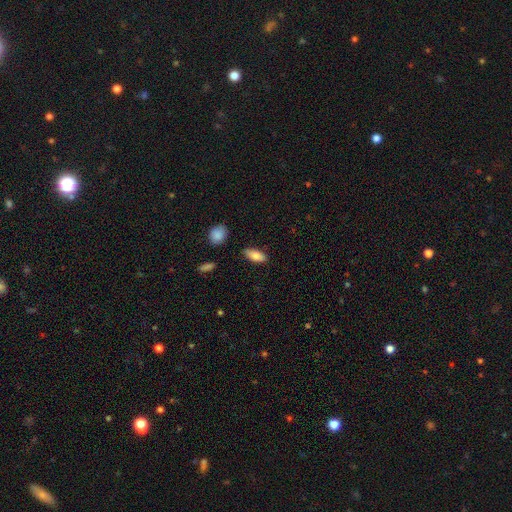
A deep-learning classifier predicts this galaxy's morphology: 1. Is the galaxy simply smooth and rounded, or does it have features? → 85% smooth, 9% featured or disk, 7% star or artifact.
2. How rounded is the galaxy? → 83% in between, 15% cigar-shaped, 2% round.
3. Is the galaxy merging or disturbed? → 84% none, 12% minor disturbance, 3% major disturbance, 2% merger.